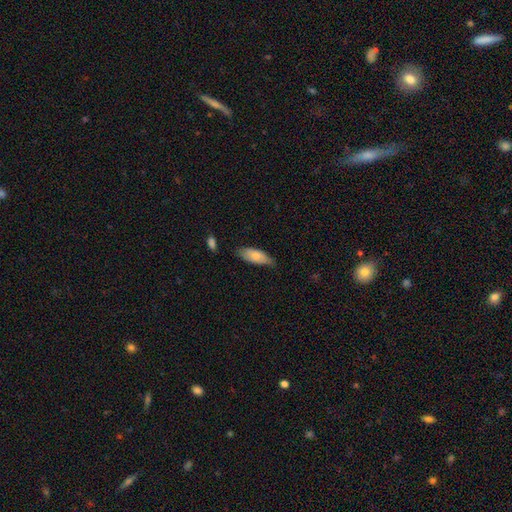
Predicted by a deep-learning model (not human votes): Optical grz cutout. It shows a smooth galaxy with no disk features (69%) that is in between round and cigar-shaped (76%). Merging: none (67%).